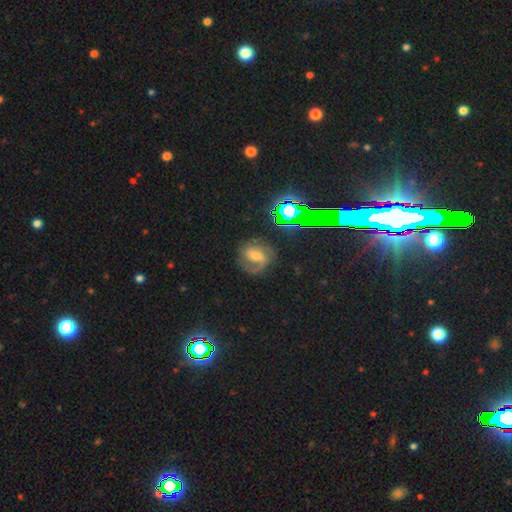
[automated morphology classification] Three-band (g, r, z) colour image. It shows a featured or disk galaxy (71%) with a weak bar (47%), 2 (75%) medium (49%) spiral arms (94%) and a moderate central bulge (50%). Merging: none (72%).